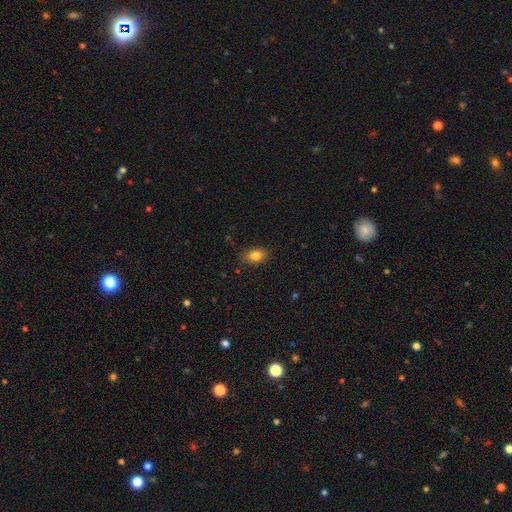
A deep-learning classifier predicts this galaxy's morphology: smooth-or-featured: smooth: 83% | star or artifact: 9% | featured or disk: 8%
  how-rounded: in between: 84% | round: 13% | cigar-shaped: 3%
  merging: none: 84% | minor disturbance: 12% | major disturbance: 3% | merger: 1%